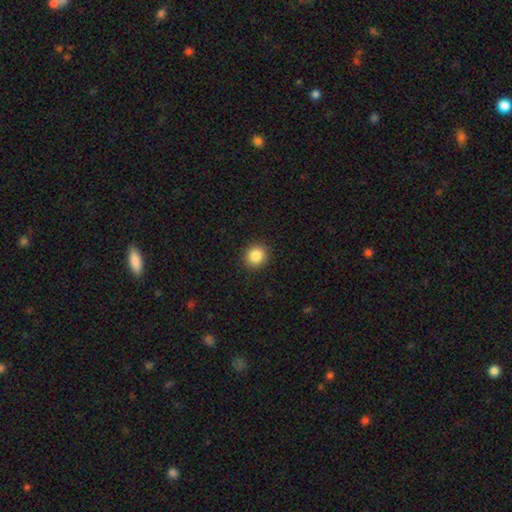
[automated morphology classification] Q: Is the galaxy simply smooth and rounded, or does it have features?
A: smooth — 86%.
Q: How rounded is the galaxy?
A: round — 89%.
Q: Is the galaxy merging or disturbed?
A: none — 92%.